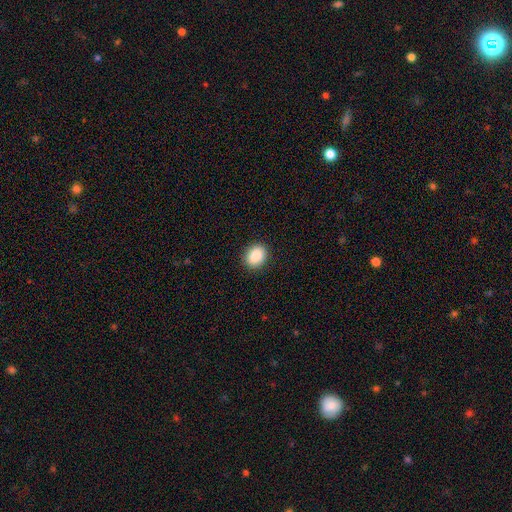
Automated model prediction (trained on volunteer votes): This is clearly a smooth galaxy (89%). How rounded: possibly in between (57%). Merging: clearly none (89%).